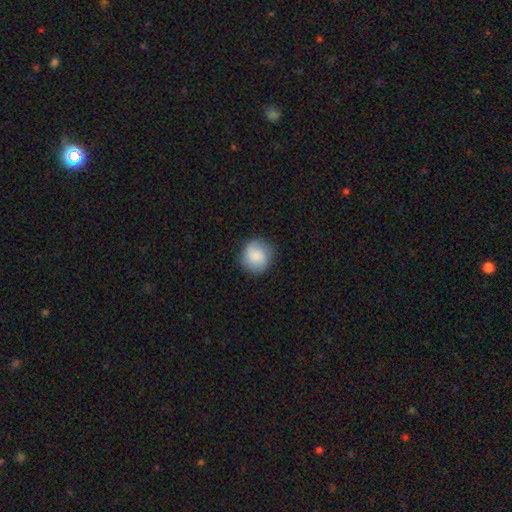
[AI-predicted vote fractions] This appears to be a smooth galaxy with no disk features (77%) that is round (88%). Merging: none (82%).